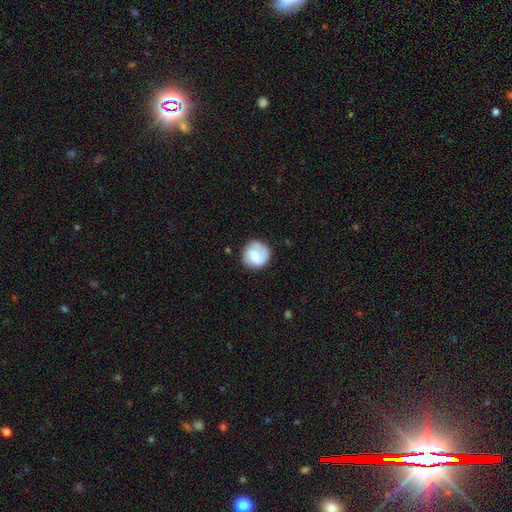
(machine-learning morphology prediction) Smooth or featured: smooth — 54% (featured or disk — 39%)
How rounded: round — 91% (in between — 8%)
Merging: none — 78% (minor disturbance — 15%)